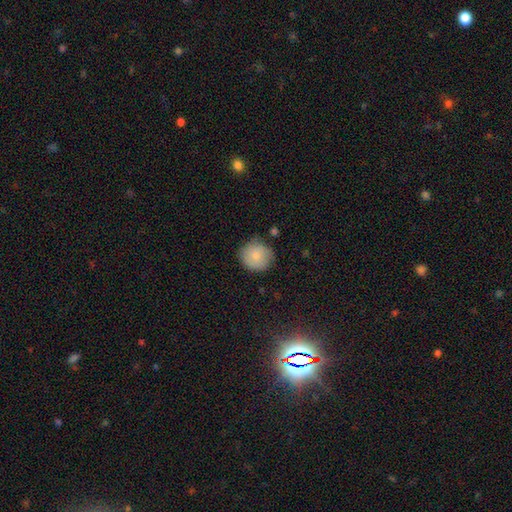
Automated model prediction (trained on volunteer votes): Smooth or featured: smooth — 82% (featured or disk — 11%)
How rounded: round — 90% (in between — 9%)
Merging: none — 73% (minor disturbance — 21%)